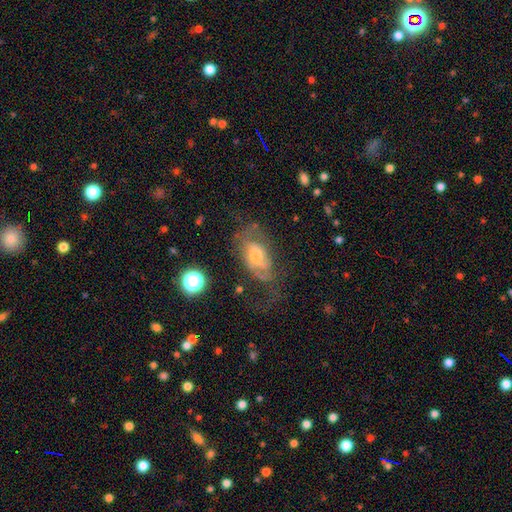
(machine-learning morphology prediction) A featured or disk galaxy (64%) with no bar (72%), spiral arms (74%) and a moderate central bulge (52%). Merging: none (44%).